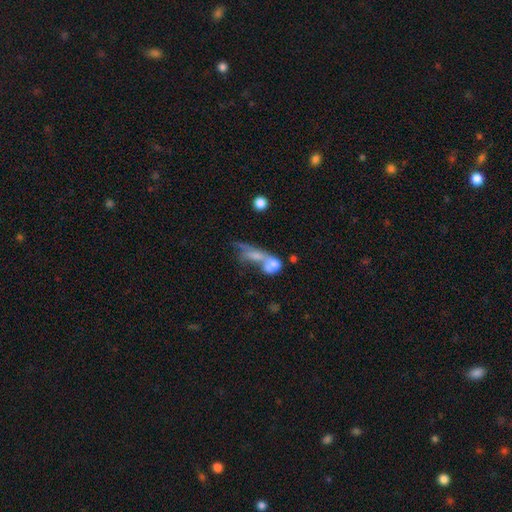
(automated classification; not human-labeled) Smooth or featured?
  - smooth: 55% *
  - featured or disk: 32%
  - star or artifact: 13%
How rounded?
  - in between: 57% *
  - cigar-shaped: 24%
  - round: 20%
Merging?
  - merger: 61% *
  - none: 17%
  - major disturbance: 13%
  - minor disturbance: 9%